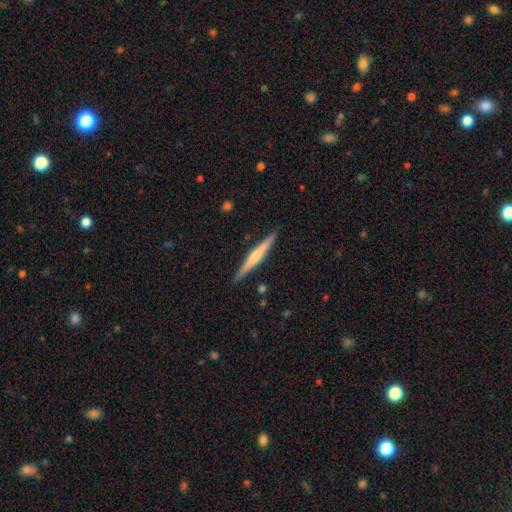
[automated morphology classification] Smooth or featured?
  - featured or disk: 58% *
  - smooth: 37%
  - star or artifact: 5%
Edge-on disk?
  - yes: 98% *
  - no: 2%
Edge-on bulge?
  - rounded: 55% *
  - none: 31%
  - boxy: 14%
Merging?
  - none: 91% *
  - minor disturbance: 7%
  - major disturbance: 1%
  - merger: 1%